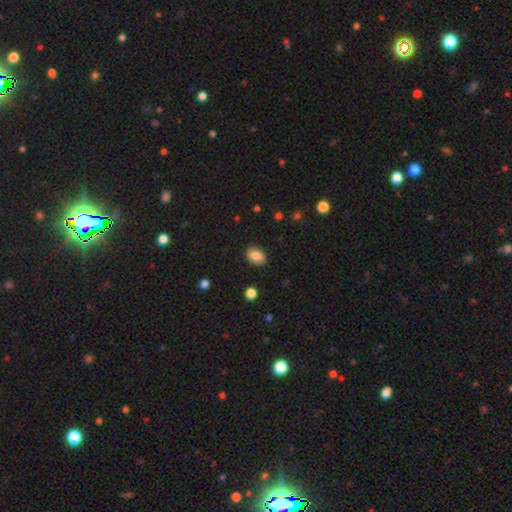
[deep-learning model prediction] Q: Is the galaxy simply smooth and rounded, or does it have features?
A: smooth — 85%.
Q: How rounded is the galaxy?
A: in between — 83%.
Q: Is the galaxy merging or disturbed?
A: none — 86%.